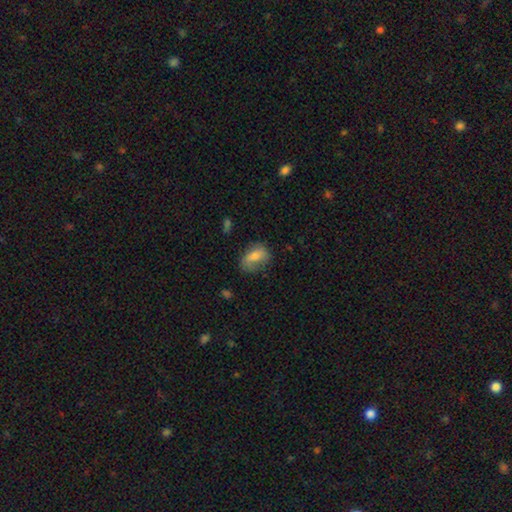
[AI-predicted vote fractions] smooth 69%, featured or disk 23%, star or artifact 8%. Down the decision tree: how rounded — in between (77%); merging — none (54%).